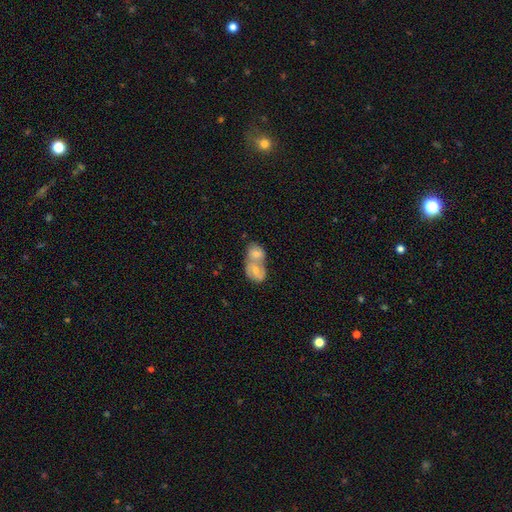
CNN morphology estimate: type=smooth (58%); roundness=in between (66%); merging=merger (78%).